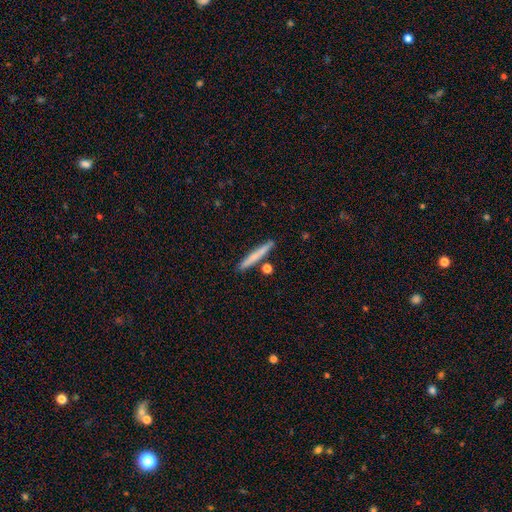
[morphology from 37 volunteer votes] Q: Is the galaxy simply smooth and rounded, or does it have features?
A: smooth — 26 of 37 (70%).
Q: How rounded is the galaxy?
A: cigar-shaped — 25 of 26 (96%).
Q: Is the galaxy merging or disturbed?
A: none — 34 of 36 (94%).